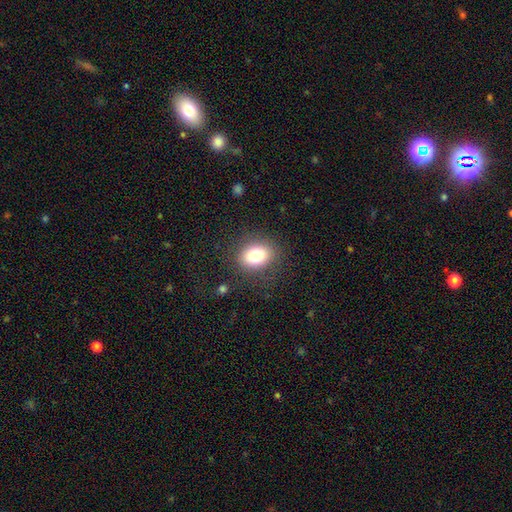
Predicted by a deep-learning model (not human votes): Smooth or featured?
  - smooth: 80% *
  - star or artifact: 10%
  - featured or disk: 10%
How rounded?
  - in between: 60% *
  - round: 39%
  - cigar-shaped: 1%
Merging?
  - none: 84% *
  - minor disturbance: 10%
  - major disturbance: 5%
  - merger: 1%